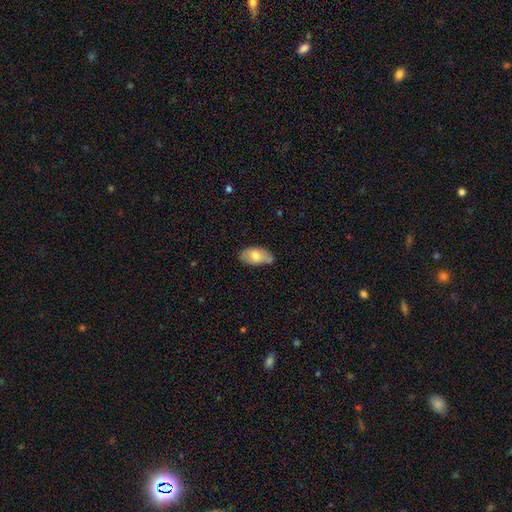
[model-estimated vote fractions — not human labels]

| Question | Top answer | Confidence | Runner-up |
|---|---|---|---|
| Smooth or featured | smooth | 75% | featured or disk (18%) |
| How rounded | in between | 94% | round (4%) |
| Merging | none | 63% | minor disturbance (28%) |